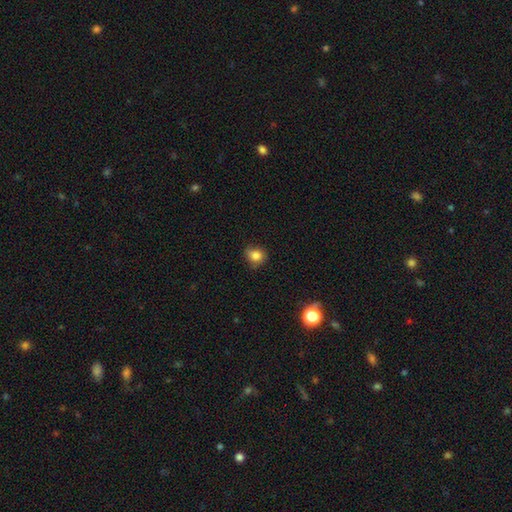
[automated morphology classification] Smooth or featured? smooth (81%)
How rounded? round (67%)
Merging? none (69%)